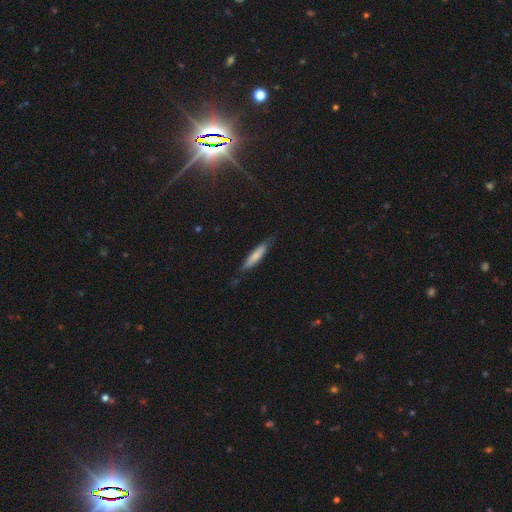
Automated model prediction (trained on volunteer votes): The model was most divided on "smooth or featured": smooth: 70%, featured or disk: 24%, star or artifact: 6%. More confident: how rounded — cigar-shaped (82%); merging — none (75%).